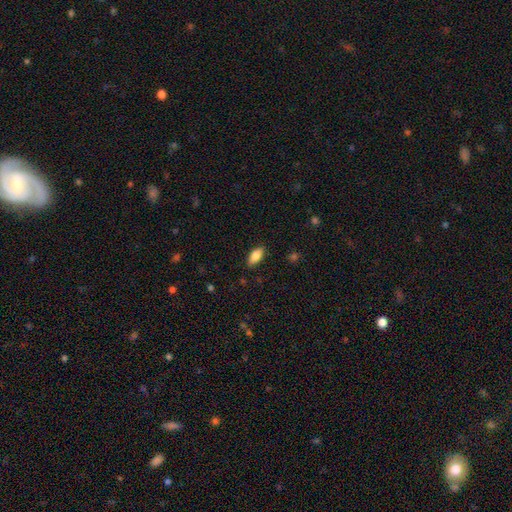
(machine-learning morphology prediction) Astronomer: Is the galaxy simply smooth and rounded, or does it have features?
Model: smooth — 82%.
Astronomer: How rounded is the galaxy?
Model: in between — 85%.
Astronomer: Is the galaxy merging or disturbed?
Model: none — 87%.